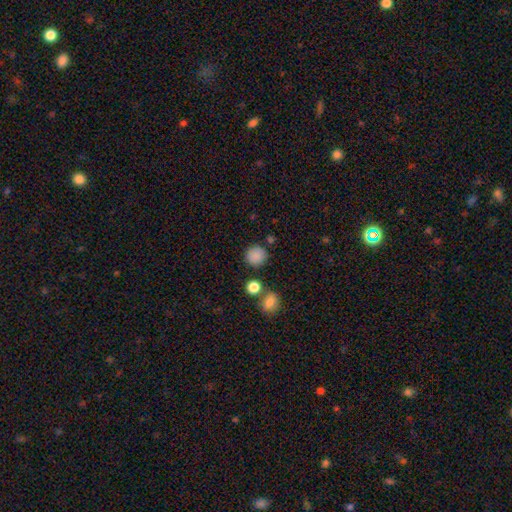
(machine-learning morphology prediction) Q: Smooth or featured?
A: smooth (86%); runner-up: star or artifact (10%)
Q: How rounded?
A: round (91%); runner-up: in between (8%)
Q: Merging?
A: none (83%); runner-up: minor disturbance (9%)